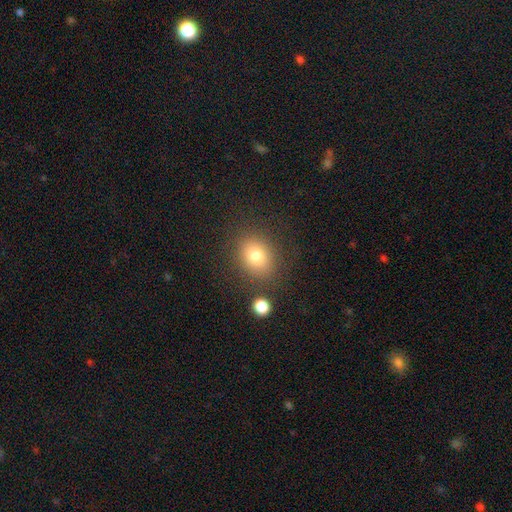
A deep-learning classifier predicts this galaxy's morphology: smooth_or_featured: smooth (p=0.79) [alt: star or artifact p=0.12]
how_rounded: in between (p=0.50) [alt: round p=0.48]
merging: none (p=0.79) [alt: minor disturbance p=0.11]